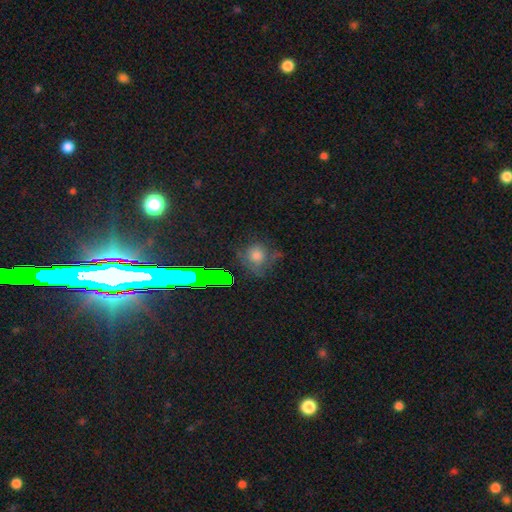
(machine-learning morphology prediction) Smooth or featured? smooth (55%)
How rounded? round (83%)
Merging? none (63%)